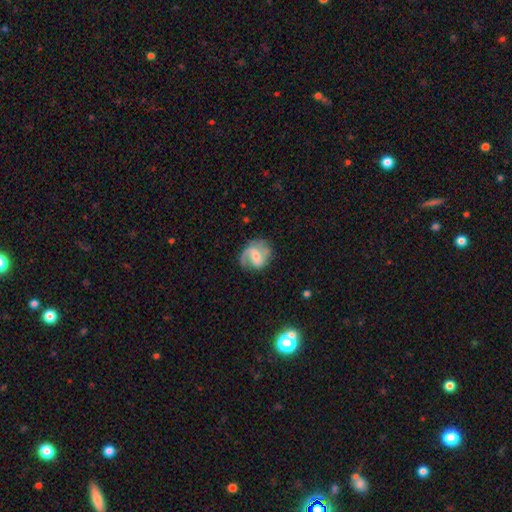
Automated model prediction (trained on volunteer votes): featured or disk 74%, smooth 20%, star or artifact 6%. Down the decision tree: edge-on disk — no (98%); bar — weak (49%); spiral arms — yes (91%); spiral arm count — 2 (56%); spiral winding — medium (44%); bulge size — small (50%); merging — none (58%).